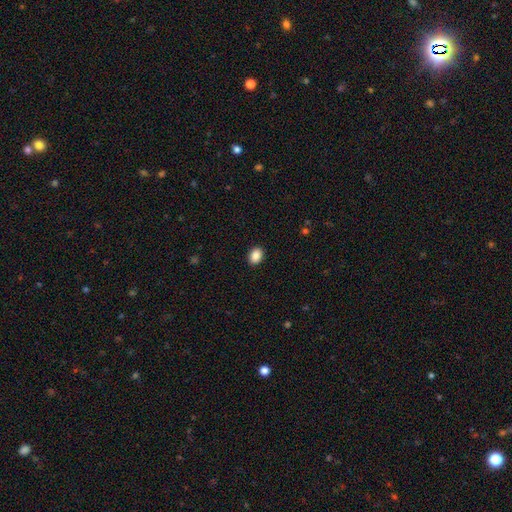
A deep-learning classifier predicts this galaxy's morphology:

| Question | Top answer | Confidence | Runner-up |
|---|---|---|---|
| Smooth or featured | smooth | 88% | star or artifact (8%) |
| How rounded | in between | 70% | round (29%) |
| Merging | none | 91% | minor disturbance (6%) |